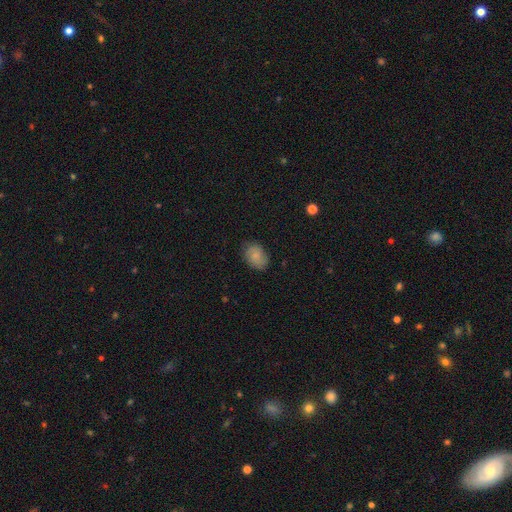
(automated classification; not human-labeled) A smooth galaxy with no disk features (76%) that is in between round and cigar-shaped (78%). Merging: none (79%).